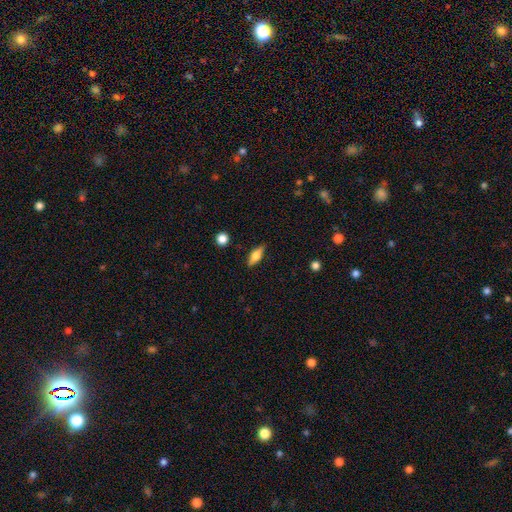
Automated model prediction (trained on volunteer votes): Smooth or featured? Predicted: smooth (p=0.60). How rounded? Predicted: in between (p=0.67). Merging? Predicted: none (p=0.85).